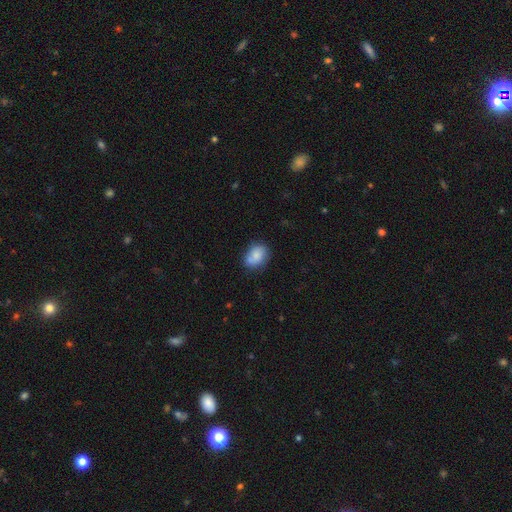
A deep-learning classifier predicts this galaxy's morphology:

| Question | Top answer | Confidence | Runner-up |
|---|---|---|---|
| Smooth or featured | smooth | 76% | featured or disk (16%) |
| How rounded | in between | 68% | round (31%) |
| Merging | none | 62% | minor disturbance (22%) |